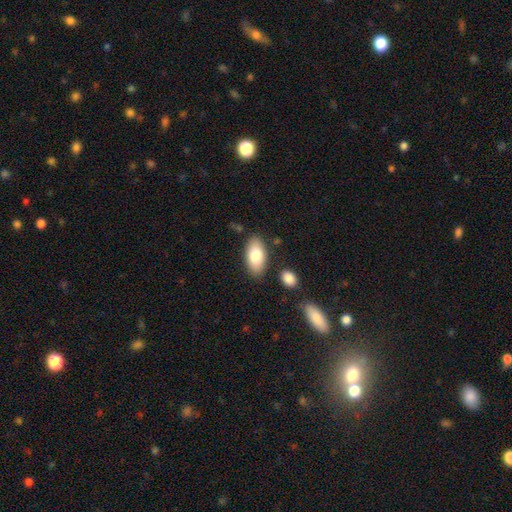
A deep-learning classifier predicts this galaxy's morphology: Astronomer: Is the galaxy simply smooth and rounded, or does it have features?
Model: smooth — 79%.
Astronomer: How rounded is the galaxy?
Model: in between — 93%.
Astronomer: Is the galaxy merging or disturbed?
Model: none — 83%.